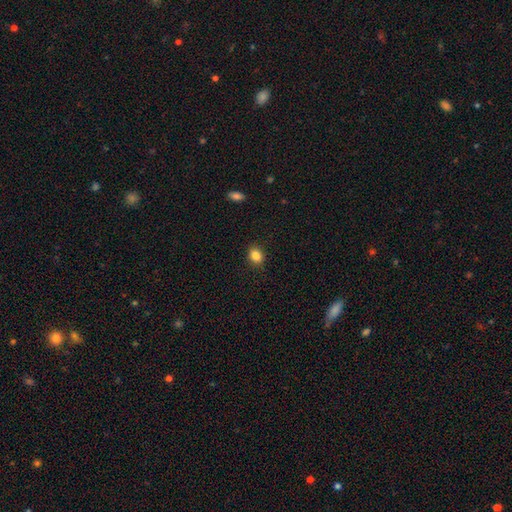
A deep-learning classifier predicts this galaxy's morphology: type=smooth (85%); roundness=round (50%); merging=none (89%).